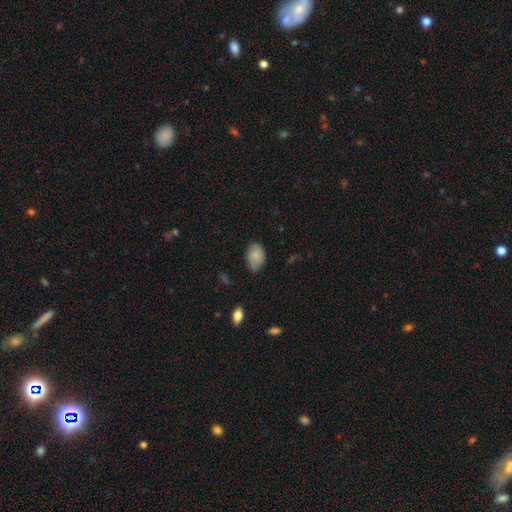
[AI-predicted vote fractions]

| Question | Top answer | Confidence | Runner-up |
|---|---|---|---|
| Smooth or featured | smooth | 83% | featured or disk (9%) |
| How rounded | in between | 85% | round (14%) |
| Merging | none | 71% | minor disturbance (24%) |